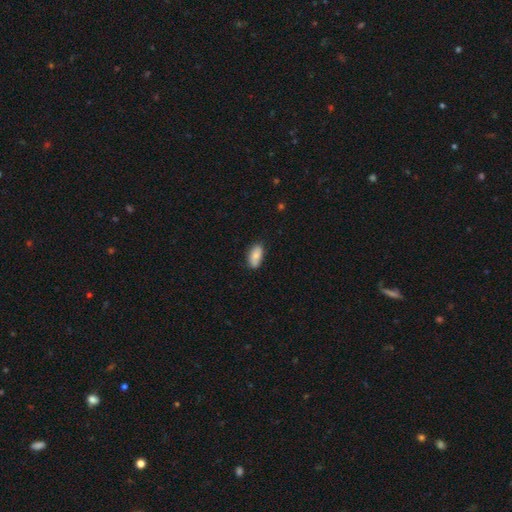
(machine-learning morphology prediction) Q: Smooth or featured?
A: smooth (80%); runner-up: featured or disk (13%)
Q: How rounded?
A: in between (92%); runner-up: cigar-shaped (5%)
Q: Merging?
A: none (78%); runner-up: minor disturbance (18%)